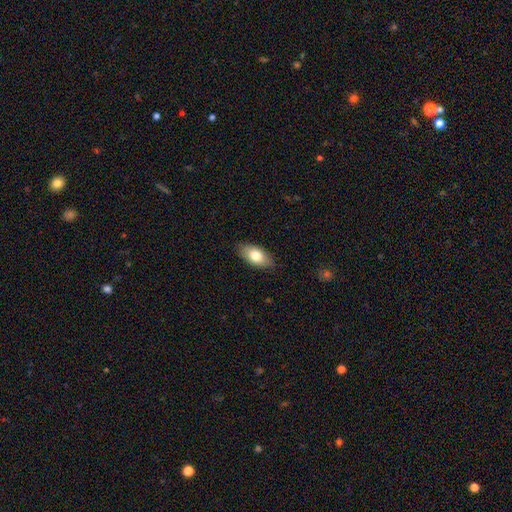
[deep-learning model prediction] A smooth galaxy with no disk features (78%) that is in between round and cigar-shaped (92%).

Vote fractions:
- Smooth or featured? smooth: 78% / featured or disk: 16% / star or artifact: 6%
- How rounded? in between: 92% / cigar-shaped: 4% / round: 3%
- Merging? none: 86% / minor disturbance: 11% / major disturbance: 2% / merger: 1%